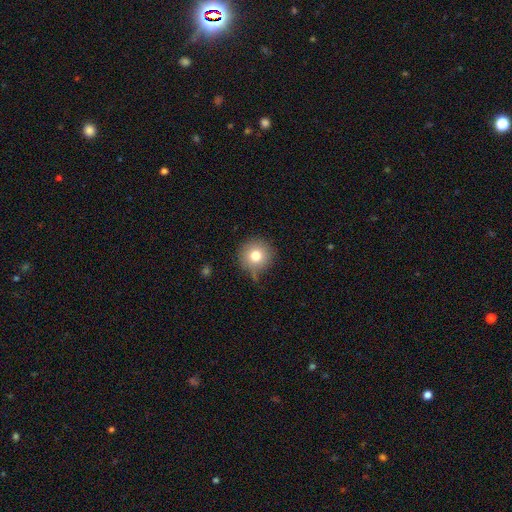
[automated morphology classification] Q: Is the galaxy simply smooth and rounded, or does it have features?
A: smooth — 77%.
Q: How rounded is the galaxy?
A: round — 95%.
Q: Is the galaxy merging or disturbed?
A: none — 76%.